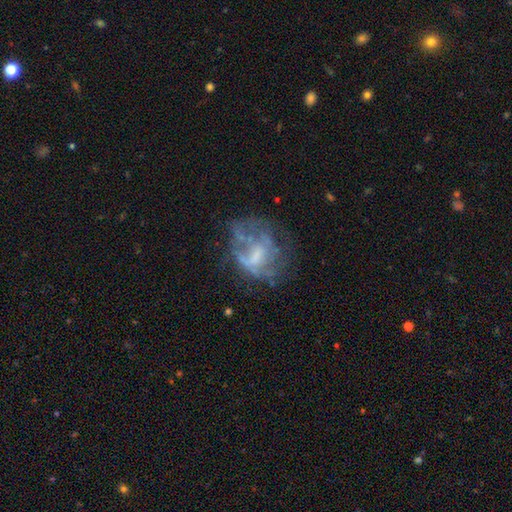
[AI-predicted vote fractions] Smooth or featured?
  - featured or disk: 63% *
  - smooth: 24%
  - star or artifact: 14%
Edge-on disk?
  - no: 97% *
  - yes: 3%
Bar?
  - no: 65% *
  - weak: 28%
  - strong: 8%
Spiral arms?
  - no: 72% *
  - yes: 28%
Bulge size?
  - none: 44% *
  - moderate: 25%
  - small: 25%
  - large: 5%
  - dominant: 1%
Merging?
  - none: 39% *
  - major disturbance: 36%
  - minor disturbance: 19%
  - merger: 6%